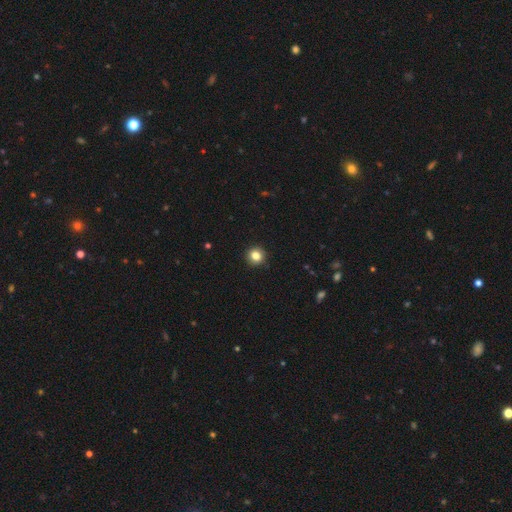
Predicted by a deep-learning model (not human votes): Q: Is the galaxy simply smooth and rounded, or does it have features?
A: smooth — 83%.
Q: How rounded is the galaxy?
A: round — 92%.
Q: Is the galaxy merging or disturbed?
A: none — 92%.